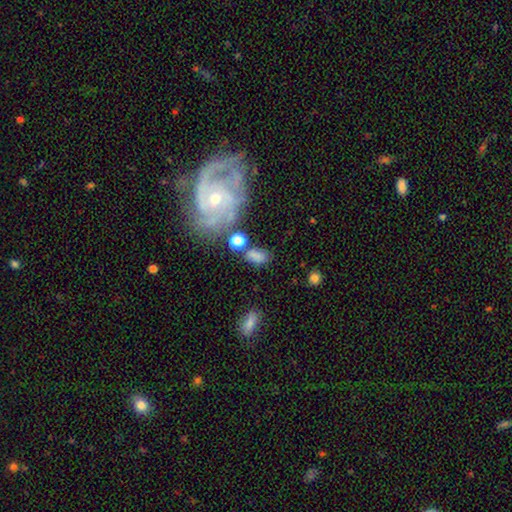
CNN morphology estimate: Q: Smooth or featured?
A: smooth (72%); runner-up: featured or disk (14%)
Q: How rounded?
A: in between (79%); runner-up: round (16%)
Q: Merging?
A: none (58%); runner-up: minor disturbance (18%)